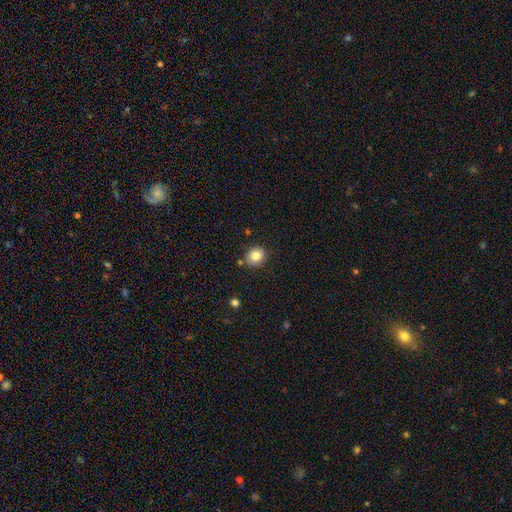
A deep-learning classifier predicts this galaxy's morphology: Smooth or featured?
  - smooth: 83% *
  - star or artifact: 10%
  - featured or disk: 7%
How rounded?
  - round: 78% *
  - in between: 22%
  - cigar-shaped: 1%
Merging?
  - none: 82% *
  - minor disturbance: 11%
  - merger: 4%
  - major disturbance: 2%